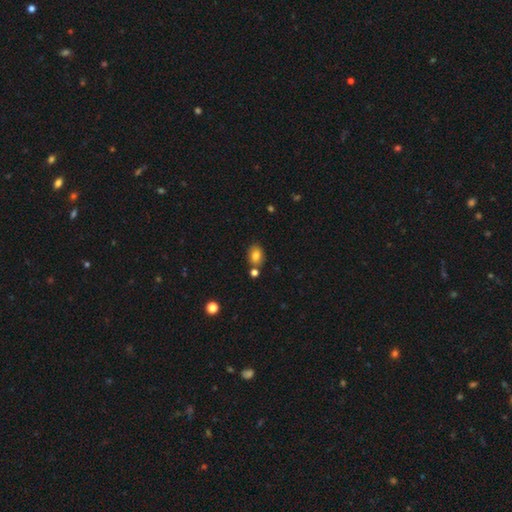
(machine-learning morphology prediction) Smooth or featured?
  - smooth: 81% *
  - star or artifact: 10%
  - featured or disk: 9%
How rounded?
  - in between: 68% *
  - round: 31%
  - cigar-shaped: 1%
Merging?
  - none: 74% *
  - merger: 12%
  - minor disturbance: 12%
  - major disturbance: 3%